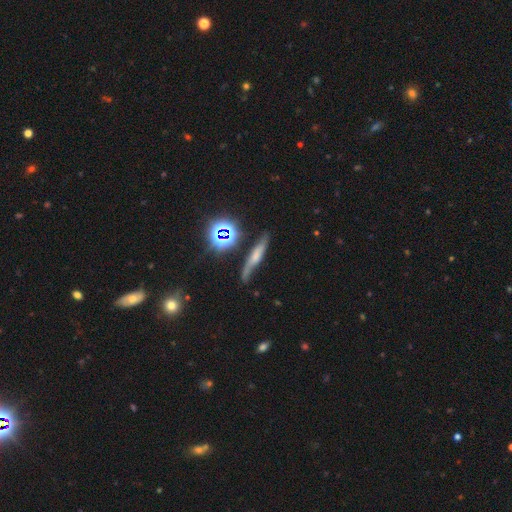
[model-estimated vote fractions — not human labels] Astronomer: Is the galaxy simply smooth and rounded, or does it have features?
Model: featured or disk — 41% (runner-up: smooth, 40%).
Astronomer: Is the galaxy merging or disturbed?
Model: none — 64%.